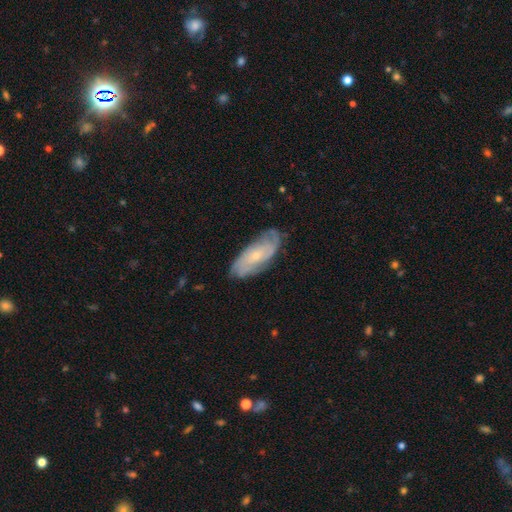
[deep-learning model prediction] A featured or disk galaxy (69%) with no bar (71%), tight (53%) spiral arms (90%) and a small central bulge (73%).

Vote fractions:
- Smooth or featured? featured or disk: 69% / smooth: 25% / star or artifact: 6%
- Edge-on disk? no: 90% / yes: 10%
- Bar? no: 71% / weak: 24% / strong: 5%
- Spiral arms? yes: 90% / no: 10%
- Spiral winding? tight: 53% / medium: 34% / loose: 13%
- Spiral arm count? can't tell: 41% / 2: 34% / 3: 12% / 4: 6% / 1: 4% / more than 4: 3%
- Bulge size? small: 73% / moderate: 22% / none: 2% / large: 1% / dominant: 1%
- Merging? none: 74% / minor disturbance: 20% / major disturbance: 5% / merger: 1%